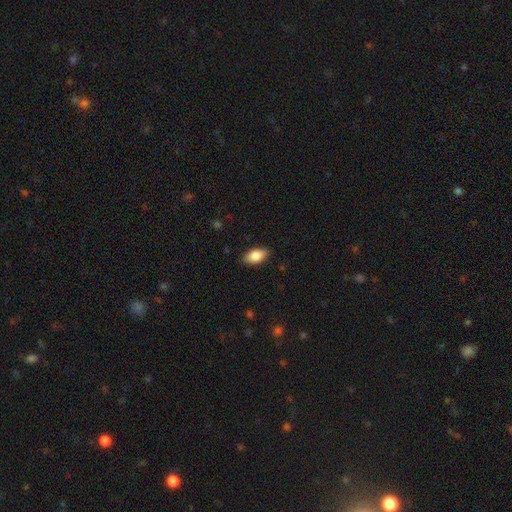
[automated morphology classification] Smooth or featured: smooth — 85% (featured or disk — 8%)
How rounded: in between — 92% (cigar-shaped — 5%)
Merging: none — 87% (minor disturbance — 9%)